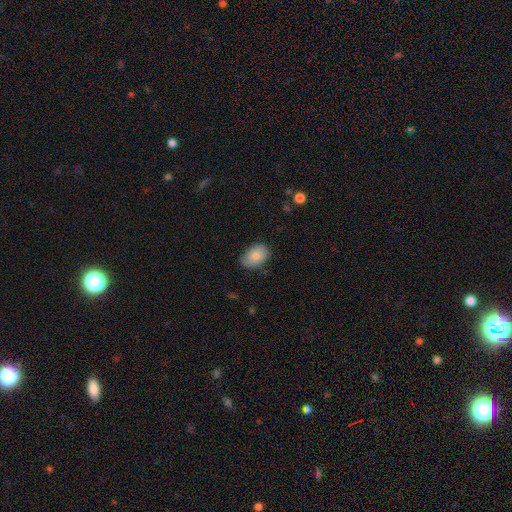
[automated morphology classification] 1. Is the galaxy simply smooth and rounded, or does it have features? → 84% smooth, 9% featured or disk, 7% star or artifact.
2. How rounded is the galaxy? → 85% in between, 14% round, 1% cigar-shaped.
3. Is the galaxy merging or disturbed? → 75% none, 20% minor disturbance, 3% major disturbance, 1% merger.